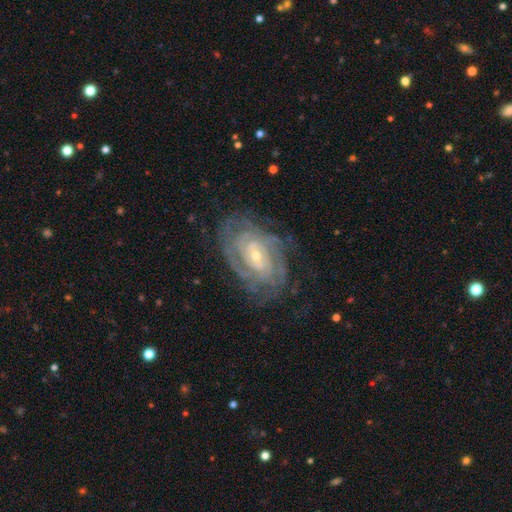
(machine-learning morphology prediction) The model was most divided on "bar": no: 45%, weak: 40%, strong: 14%. Remaining: edge-on disk — no (96%); spiral arms — yes (96%); smooth or featured — featured or disk (88%); merging — none (73%); spiral winding — tight (73%); bulge size — small (68%); spiral arm count — can't tell (36%).